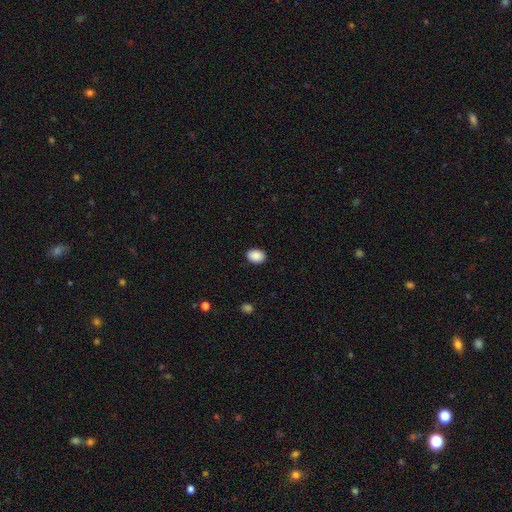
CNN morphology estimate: smooth-or-featured: smooth: 90% | star or artifact: 7% | featured or disk: 3%
  how-rounded: in between: 74% | round: 25% | cigar-shaped: 1%
  merging: none: 89% | minor disturbance: 8% | major disturbance: 2% | merger: 1%